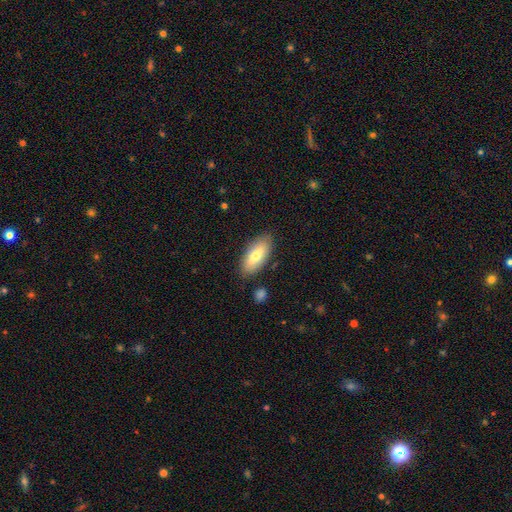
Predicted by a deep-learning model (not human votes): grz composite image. It shows a smooth galaxy with no disk features (68%) that is in between round and cigar-shaped (84%). Merging: none (84%).